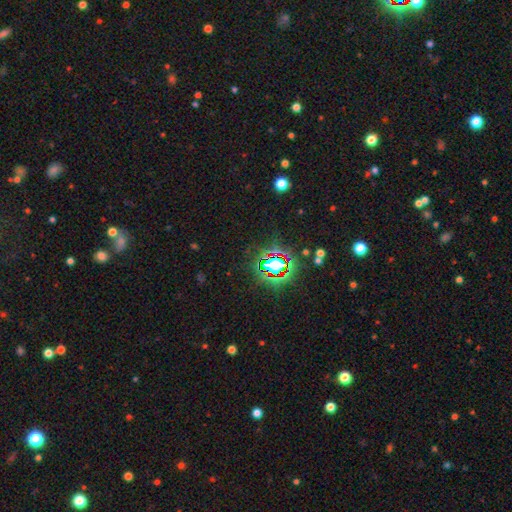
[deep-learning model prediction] This is clearly a star or artifact rather than a galaxy (80%).